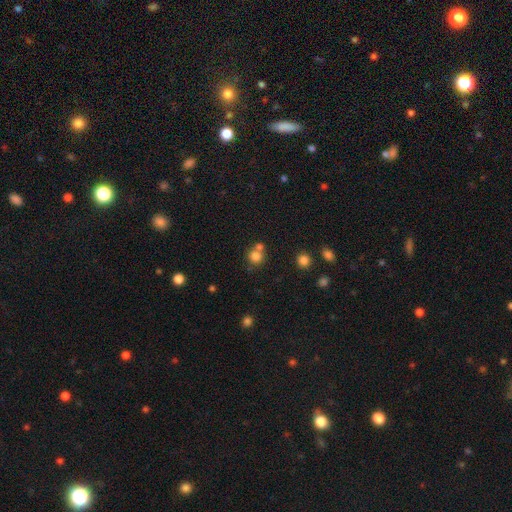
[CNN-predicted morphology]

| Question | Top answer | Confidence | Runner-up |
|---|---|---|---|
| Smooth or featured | smooth | 79% | star or artifact (13%) |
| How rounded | round | 87% | in between (12%) |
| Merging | none | 55% | merger (35%) |